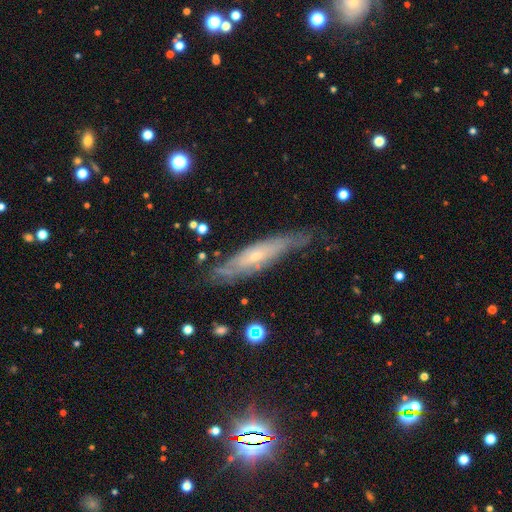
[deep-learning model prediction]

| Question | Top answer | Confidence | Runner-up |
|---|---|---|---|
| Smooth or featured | featured or disk | 69% | smooth (24%) |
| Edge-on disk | no | 52% | yes (48%) |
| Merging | none | 66% | minor disturbance (24%) |